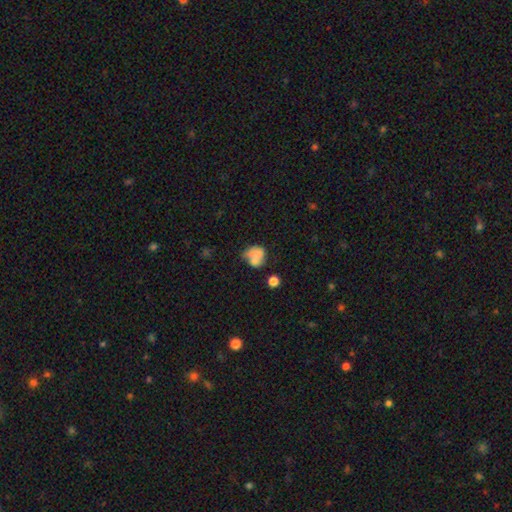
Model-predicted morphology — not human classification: smooth-or-featured: smooth: 70% | featured or disk: 20% | star or artifact: 11%
  how-rounded: round: 55% | in between: 43% | cigar-shaped: 1%
  merging: merger: 43% | none: 26% | minor disturbance: 17% | major disturbance: 14%